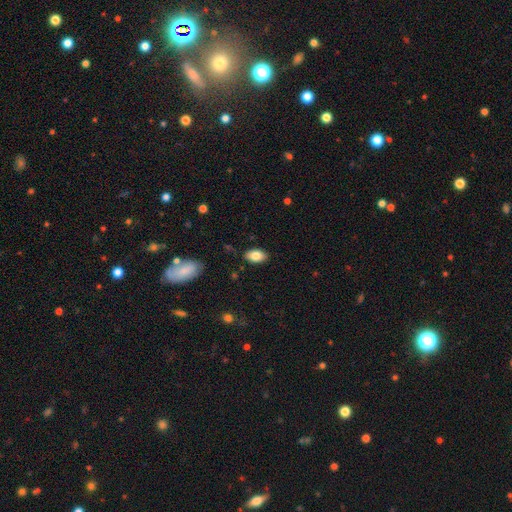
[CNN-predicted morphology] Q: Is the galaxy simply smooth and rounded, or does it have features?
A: smooth — 83%.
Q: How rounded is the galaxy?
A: in between — 92%.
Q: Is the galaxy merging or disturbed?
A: none — 85%.